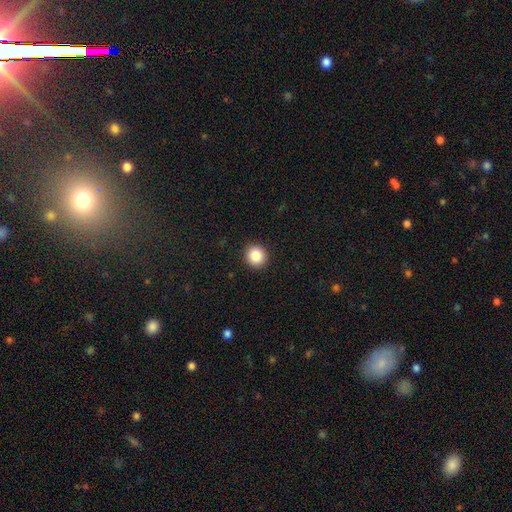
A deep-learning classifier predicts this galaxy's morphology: Overall: smooth (87%). How rounded: round (91%). Merging: none (92%).